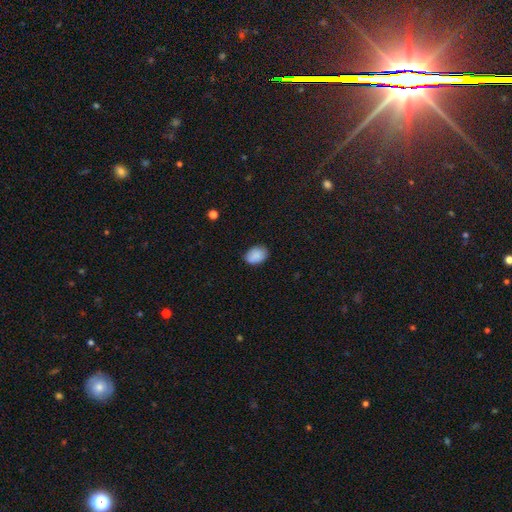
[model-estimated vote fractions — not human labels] The model was most divided on "how rounded": in between: 76%, round: 23%, cigar-shaped: 1%. More confident: smooth or featured — smooth (88%); merging — none (78%).